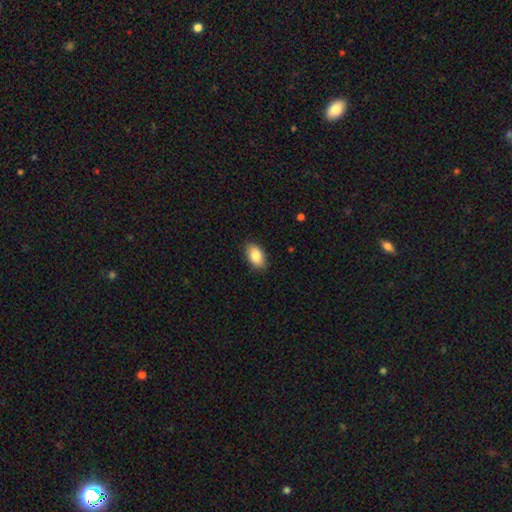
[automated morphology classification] type=smooth (86%); roundness=in between (92%); merging=none (86%).